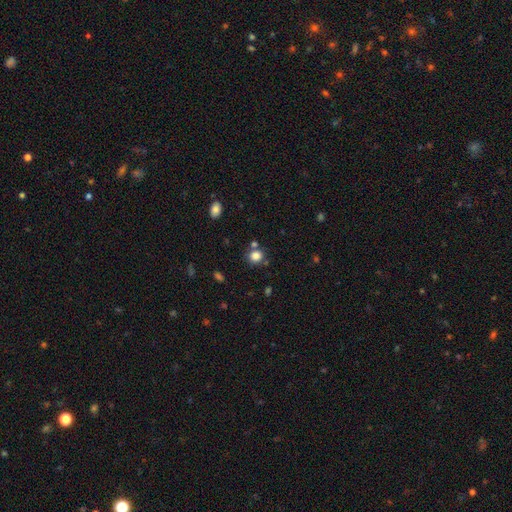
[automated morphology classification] Smooth or featured: smooth — 82% (star or artifact — 12%)
How rounded: round — 77% (in between — 22%)
Merging: none — 72% (merger — 13%)